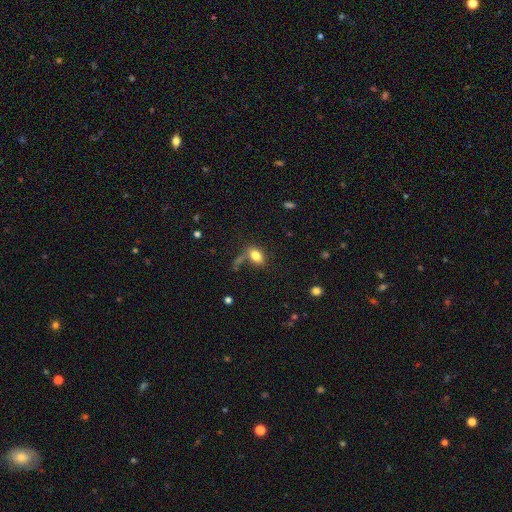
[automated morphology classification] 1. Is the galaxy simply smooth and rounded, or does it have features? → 81% smooth, 10% featured or disk, 9% star or artifact.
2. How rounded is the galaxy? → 86% in between, 10% round, 4% cigar-shaped.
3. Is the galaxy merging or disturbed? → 56% none, 18% minor disturbance, 15% merger, 11% major disturbance.